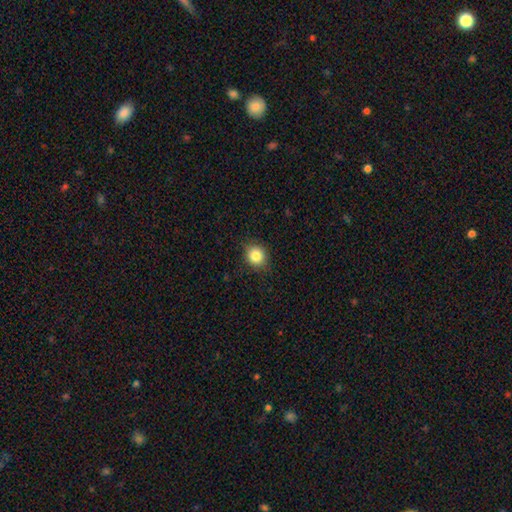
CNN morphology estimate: Overall: smooth (85%). How rounded: round (79%). Merging: none (85%).